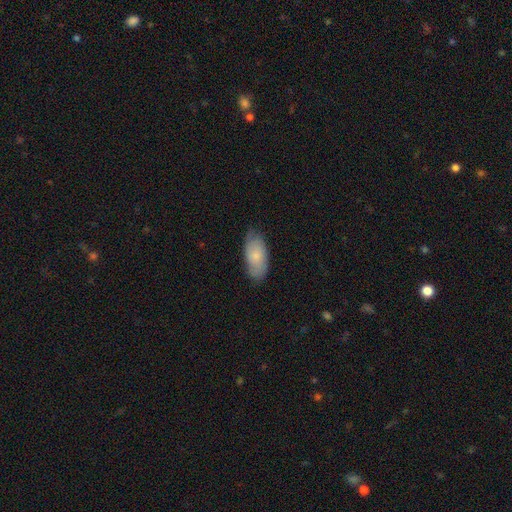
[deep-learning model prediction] This is likely a smooth galaxy (66%). How rounded: clearly in between (90%). Merging: likely none (72%).